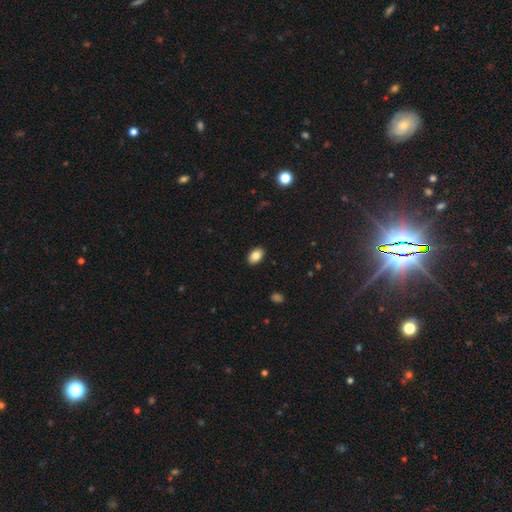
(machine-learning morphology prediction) type=smooth (86%); roundness=in between (88%); merging=none (89%).